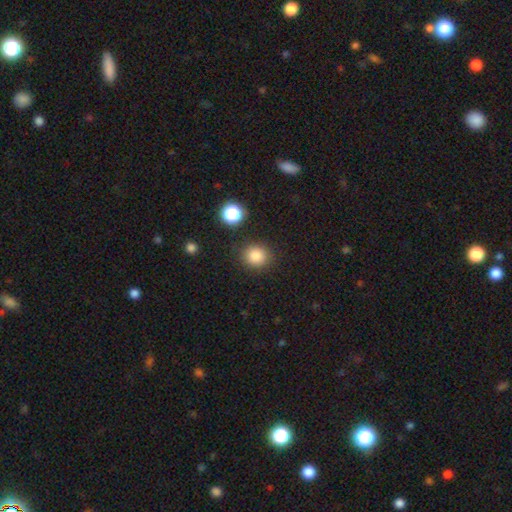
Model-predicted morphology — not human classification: smooth-or-featured: smooth: 84% | star or artifact: 11% | featured or disk: 5%
  how-rounded: round: 85% | in between: 14% | cigar-shaped: 1%
  merging: none: 86% | minor disturbance: 8% | major disturbance: 3% | merger: 3%